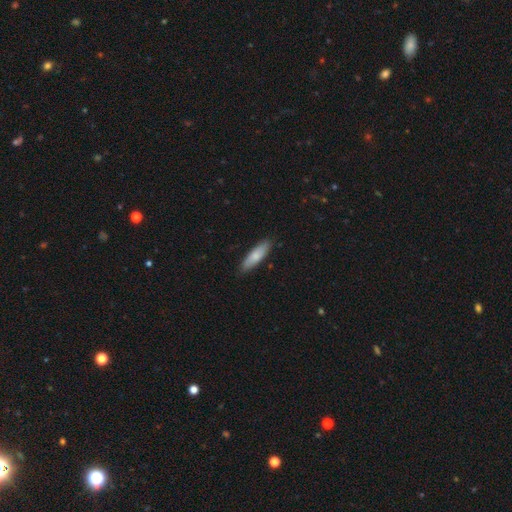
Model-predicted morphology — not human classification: type=smooth (79%); roundness=cigar-shaped (61%); merging=none (87%).